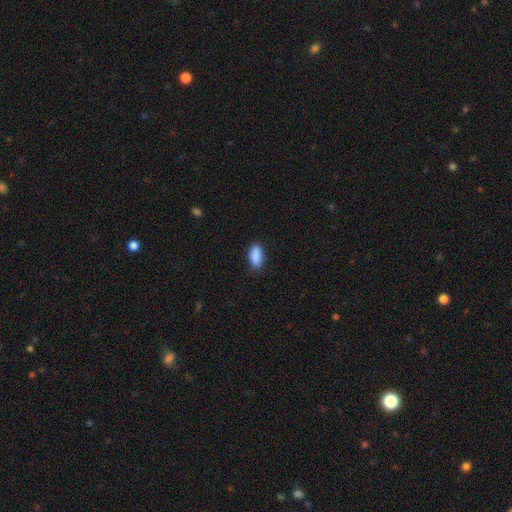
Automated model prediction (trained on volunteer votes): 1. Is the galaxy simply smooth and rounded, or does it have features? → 90% smooth, 7% star or artifact, 3% featured or disk.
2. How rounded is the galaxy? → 91% in between, 7% cigar-shaped, 3% round.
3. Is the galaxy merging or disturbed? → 85% none, 12% minor disturbance, 2% major disturbance, 1% merger.